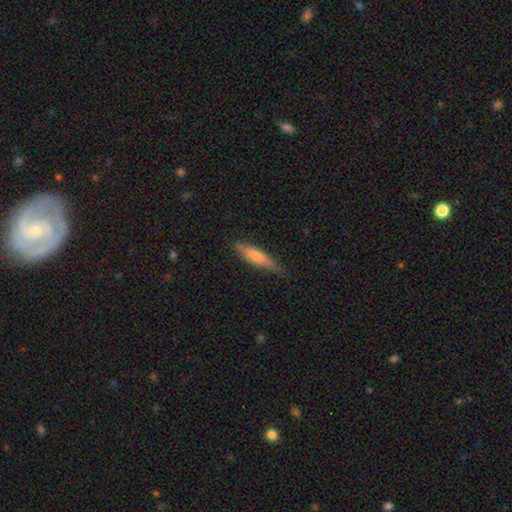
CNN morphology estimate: smooth_or_featured: smooth (p=0.57) [alt: featured or disk p=0.37]
how_rounded: cigar-shaped (p=0.83) [alt: in between p=0.16]
merging: none (p=0.82) [alt: minor disturbance p=0.15]